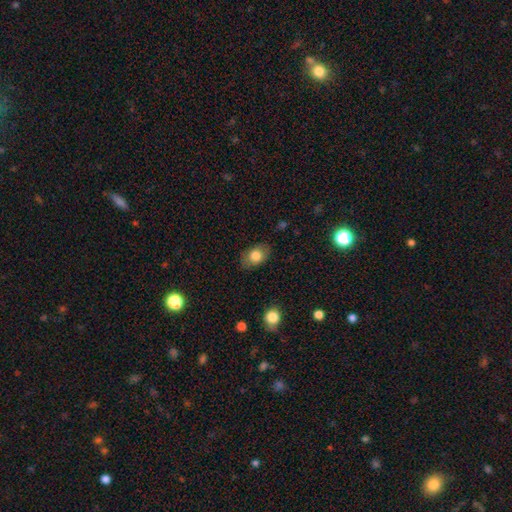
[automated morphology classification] Smooth or featured?
  - smooth: 77% *
  - featured or disk: 15%
  - star or artifact: 8%
How rounded?
  - in between: 85% *
  - round: 14%
  - cigar-shaped: 2%
Merging?
  - none: 82% *
  - minor disturbance: 13%
  - major disturbance: 4%
  - merger: 1%